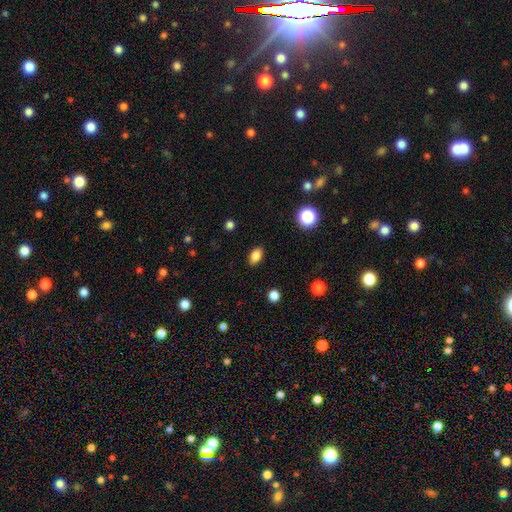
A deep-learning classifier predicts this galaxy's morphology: A smooth galaxy with no disk features (85%) that is in between round and cigar-shaped (88%). Merging: none (89%).